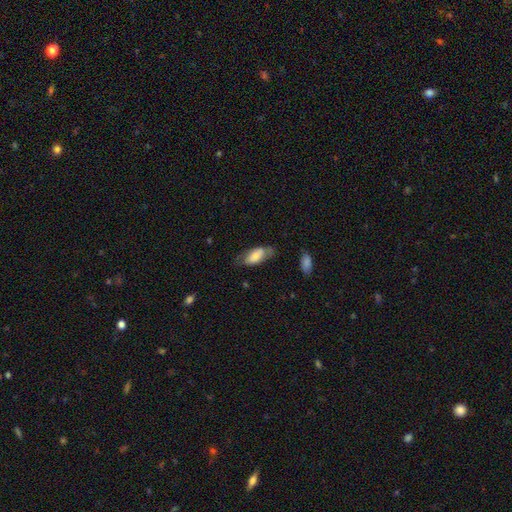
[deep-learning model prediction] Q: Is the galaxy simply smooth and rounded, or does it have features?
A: smooth — 65%.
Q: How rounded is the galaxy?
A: in between — 86%.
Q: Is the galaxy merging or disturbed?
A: none — 57%.